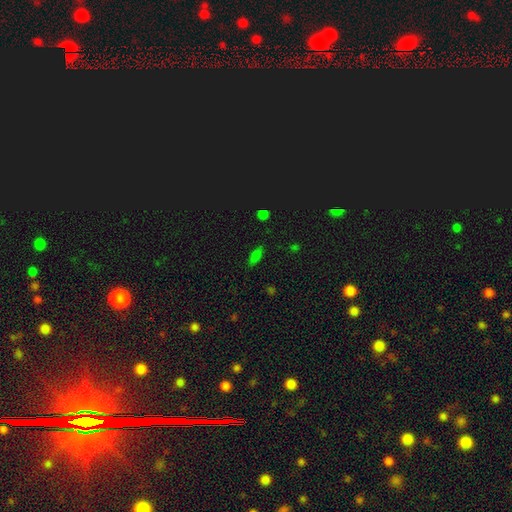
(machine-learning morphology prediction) smooth-or-featured: smooth: 70% | star or artifact: 19% | featured or disk: 10%
  how-rounded: in between: 74% | cigar-shaped: 21% | round: 5%
  merging: none: 82% | minor disturbance: 13% | major disturbance: 3% | merger: 2%